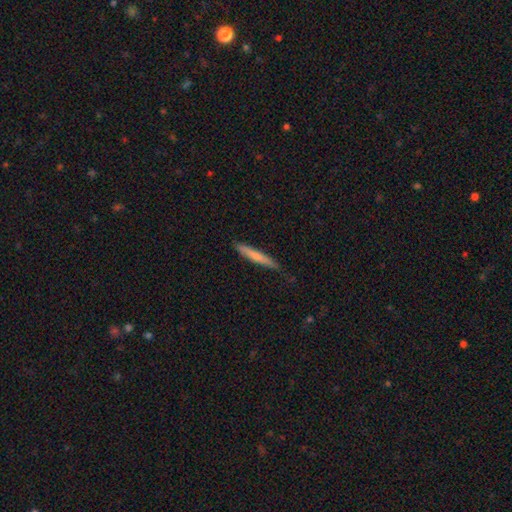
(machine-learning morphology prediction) smooth-or-featured: smooth: 70% | featured or disk: 25% | star or artifact: 5%
  how-rounded: cigar-shaped: 95% | in between: 4% | round: 1%
  merging: none: 79% | minor disturbance: 17% | major disturbance: 2% | merger: 1%